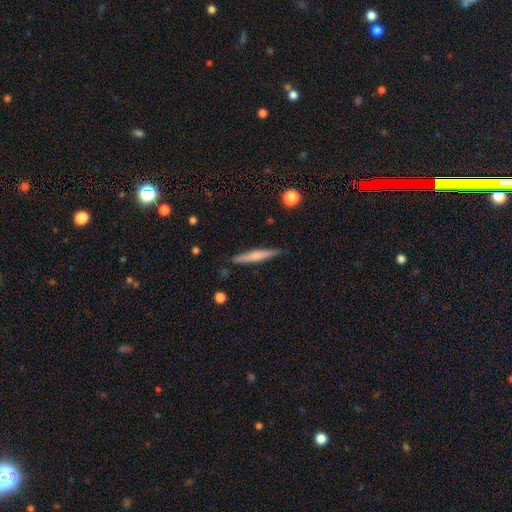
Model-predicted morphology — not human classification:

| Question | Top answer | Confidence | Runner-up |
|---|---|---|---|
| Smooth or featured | smooth | 53% | featured or disk (42%) |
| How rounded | cigar-shaped | 93% | in between (5%) |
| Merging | none | 87% | minor disturbance (9%) |